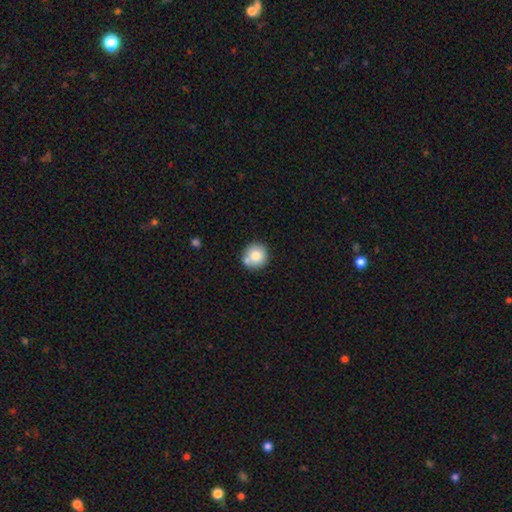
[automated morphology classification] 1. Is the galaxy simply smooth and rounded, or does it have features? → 80% smooth, 12% featured or disk, 9% star or artifact.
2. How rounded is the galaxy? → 91% round, 8% in between, 1% cigar-shaped.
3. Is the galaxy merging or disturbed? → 71% none, 14% merger, 12% minor disturbance, 3% major disturbance.